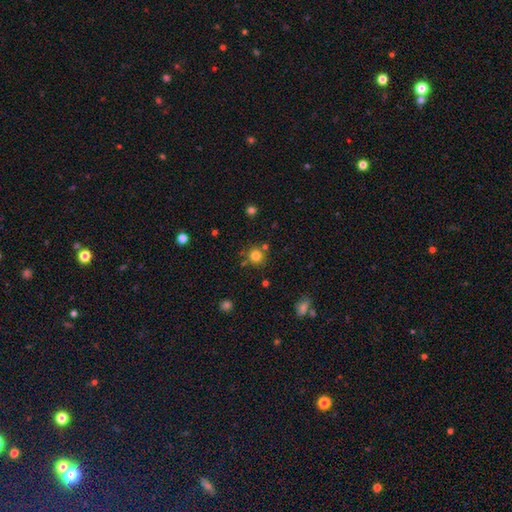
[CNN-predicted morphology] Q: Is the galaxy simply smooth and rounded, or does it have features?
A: smooth — 80%.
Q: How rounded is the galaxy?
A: round — 91%.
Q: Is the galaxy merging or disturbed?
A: none — 78%.